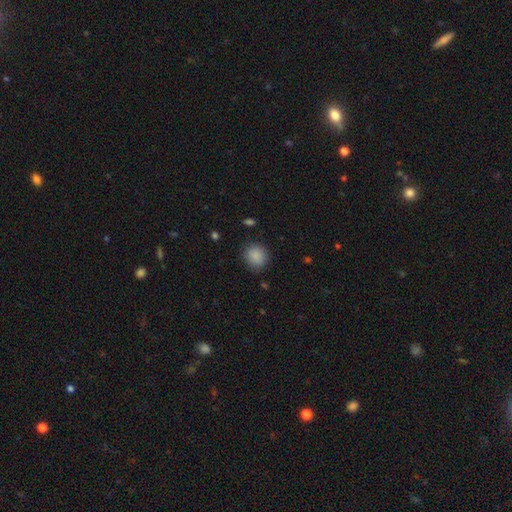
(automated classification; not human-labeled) This is clearly a smooth galaxy (88%). How rounded: clearly round (84%). Merging: clearly none (85%).